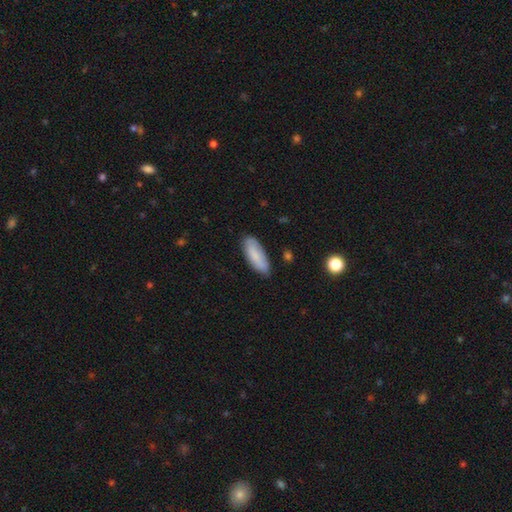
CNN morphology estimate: This is clearly a smooth galaxy (82%). How rounded: likely in between (70%). Merging: clearly none (81%).